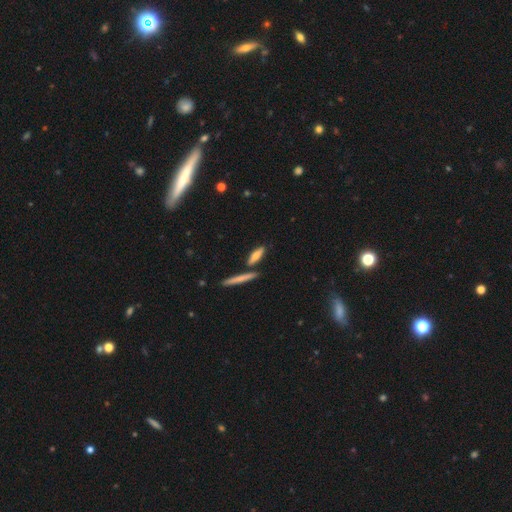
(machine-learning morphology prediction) Smooth or featured? smooth (64%)
How rounded? cigar-shaped (63%)
Merging? none (73%)